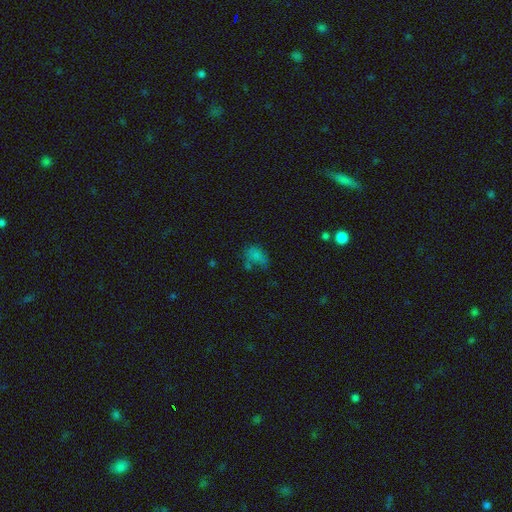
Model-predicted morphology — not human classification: This appears to be a smooth galaxy with no disk features (68%) that is in between round and cigar-shaped (75%). Merging: none (37%).